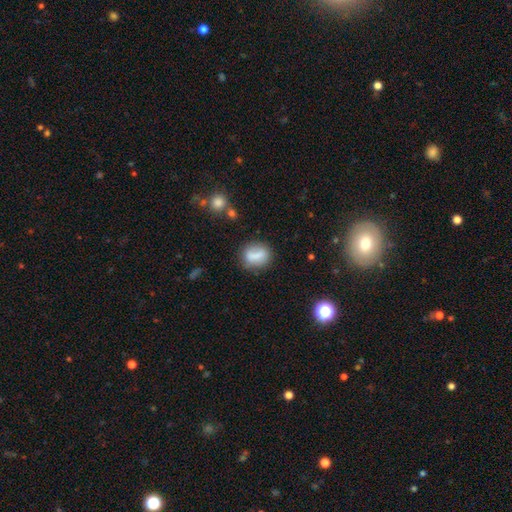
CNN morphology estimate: Smooth or featured? smooth (73%)
How rounded? in between (49%)
Merging? none (67%)